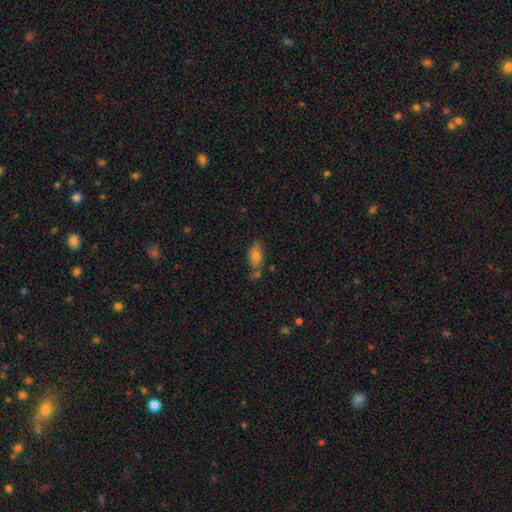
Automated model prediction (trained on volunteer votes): Smooth or featured?
  - smooth: 74% *
  - featured or disk: 17%
  - star or artifact: 9%
How rounded?
  - in between: 86% *
  - cigar-shaped: 10%
  - round: 4%
Merging?
  - none: 54% *
  - merger: 20%
  - minor disturbance: 19%
  - major disturbance: 6%